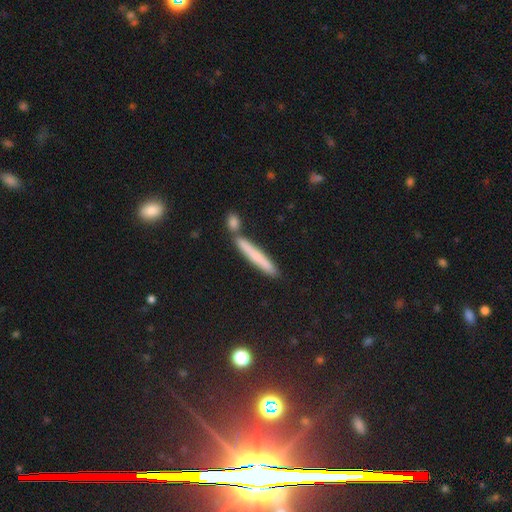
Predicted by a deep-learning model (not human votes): A smooth galaxy with no disk features (65%) that is cigar-shaped (94%).

Vote fractions:
- Smooth or featured? smooth: 65% / featured or disk: 26% / star or artifact: 9%
- How rounded? cigar-shaped: 94% / in between: 4% / round: 2%
- Merging? none: 73% / merger: 14% / minor disturbance: 11% / major disturbance: 3%